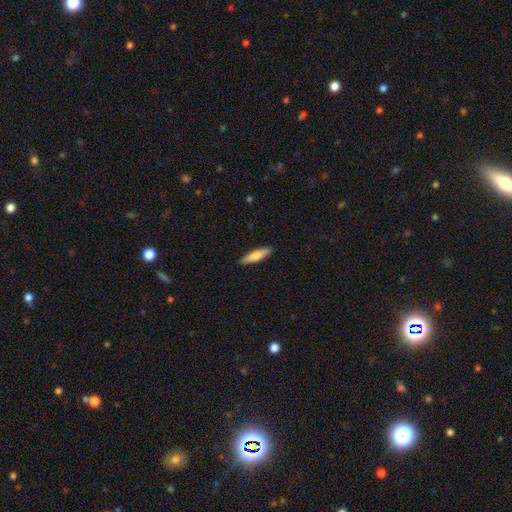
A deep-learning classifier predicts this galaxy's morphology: Smooth or featured?
  - smooth: 71% *
  - featured or disk: 24%
  - star or artifact: 5%
How rounded?
  - cigar-shaped: 74% *
  - in between: 25%
  - round: 2%
Merging?
  - none: 89% *
  - minor disturbance: 8%
  - major disturbance: 2%
  - merger: 1%